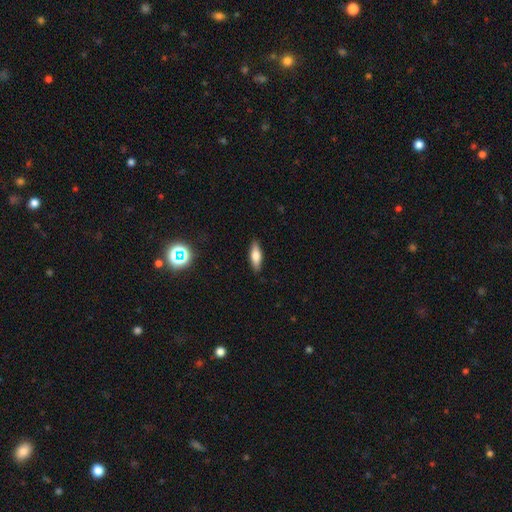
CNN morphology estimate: Smooth or featured? Predicted: smooth (p=0.69). How rounded? Predicted: in between (p=0.55). Merging? Predicted: none (p=0.88).